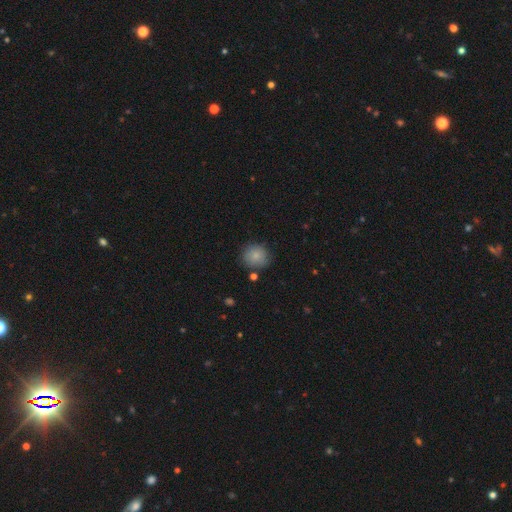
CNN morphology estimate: type=smooth (83%); roundness=round (88%); merging=none (81%).